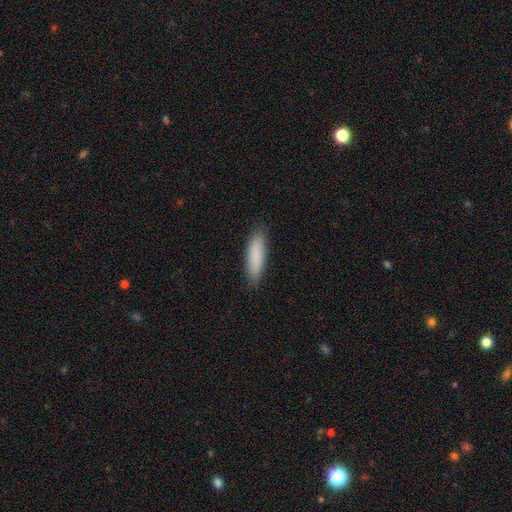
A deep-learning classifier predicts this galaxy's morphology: A smooth galaxy with no disk features (87%) that is cigar-shaped (68%).

Vote fractions:
- Smooth or featured? smooth: 87% / featured or disk: 7% / star or artifact: 6%
- How rounded? cigar-shaped: 68% / in between: 30% / round: 1%
- Merging? none: 88% / minor disturbance: 9% / major disturbance: 2% / merger: 1%